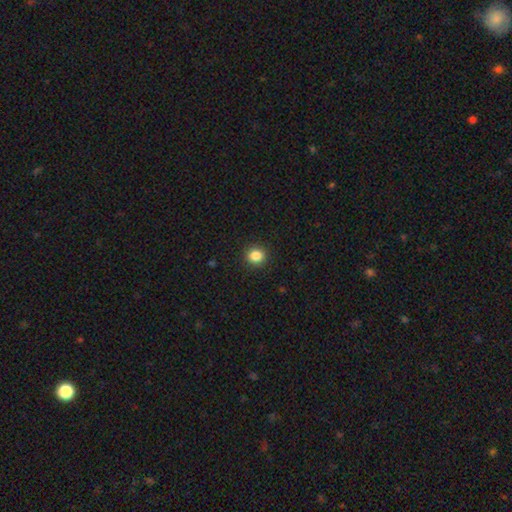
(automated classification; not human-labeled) smooth_or_featured: smooth (p=0.85) [alt: star or artifact p=0.11]
how_rounded: round (p=0.87) [alt: in between p=0.12]
merging: none (p=0.92) [alt: minor disturbance p=0.05]